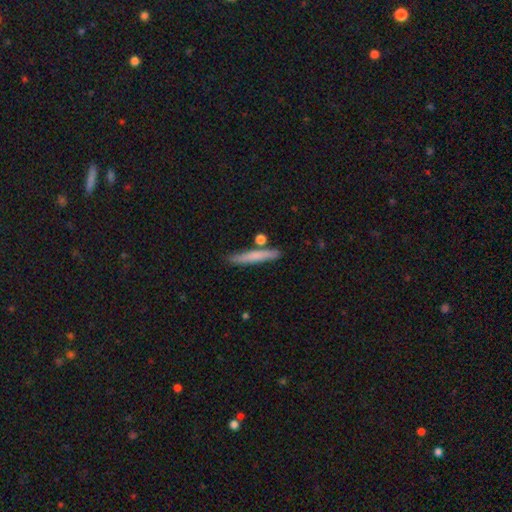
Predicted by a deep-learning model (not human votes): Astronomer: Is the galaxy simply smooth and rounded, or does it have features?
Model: smooth — 68%.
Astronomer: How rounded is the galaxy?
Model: cigar-shaped — 93%.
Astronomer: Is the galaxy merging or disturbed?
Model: none — 79%.